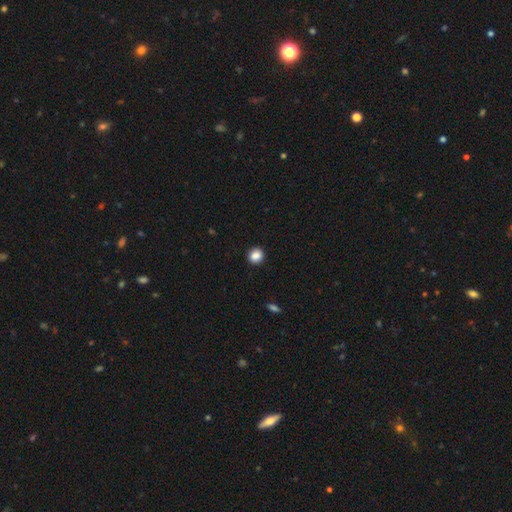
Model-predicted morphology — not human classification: This is clearly a smooth galaxy (87%). How rounded: clearly round (87%). Merging: clearly none (92%).